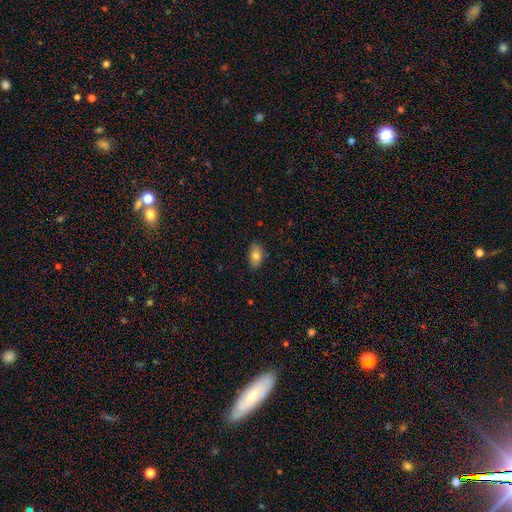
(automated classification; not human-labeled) Smooth or featured: smooth — 80% (featured or disk — 12%)
How rounded: in between — 90% (round — 6%)
Merging: none — 84% (minor disturbance — 12%)